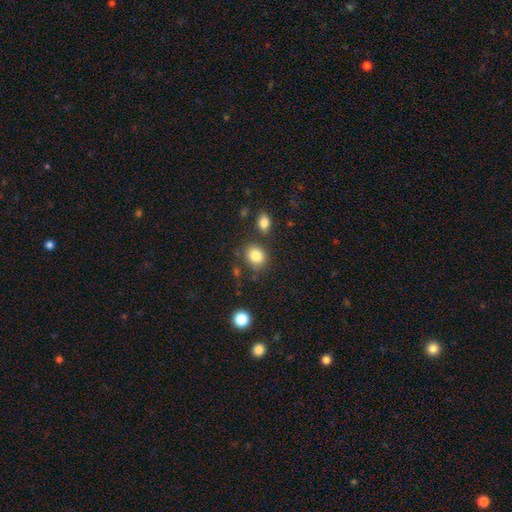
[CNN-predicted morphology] Smooth or featured? smooth (84%)
How rounded? round (63%)
Merging? none (74%)